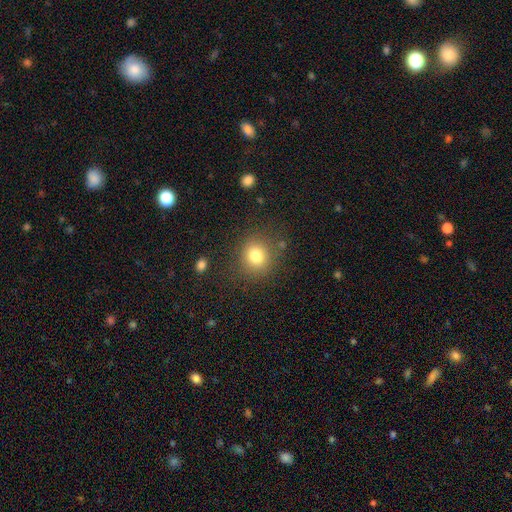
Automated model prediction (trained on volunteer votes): This appears to be a smooth galaxy with no disk features (79%) that is round (83%). Merging: none (82%).